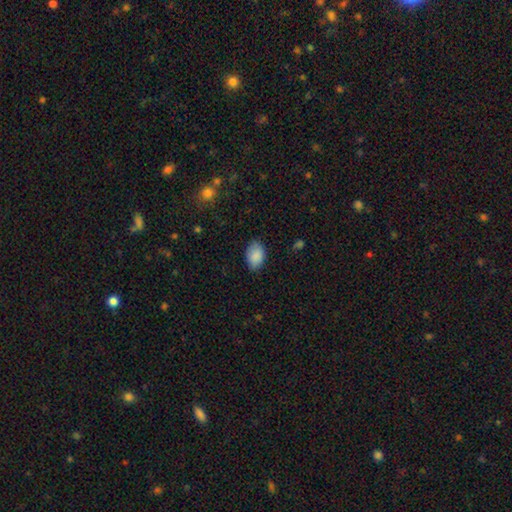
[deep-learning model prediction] Morphology: type=smooth (88%); roundness=in between (87%); merging=none (79%).